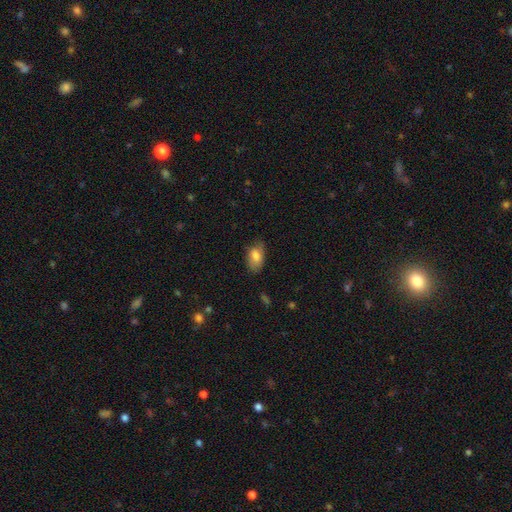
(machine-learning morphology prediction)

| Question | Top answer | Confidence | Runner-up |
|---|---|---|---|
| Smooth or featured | smooth | 81% | featured or disk (12%) |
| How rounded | in between | 91% | round (6%) |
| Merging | none | 66% | minor disturbance (27%) |